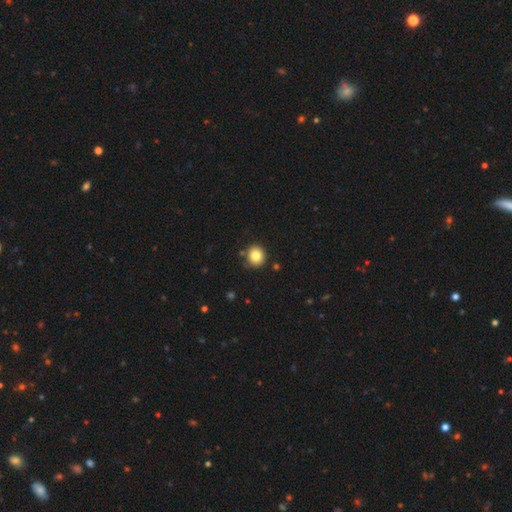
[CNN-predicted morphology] This is clearly a smooth galaxy (82%). How rounded: clearly round (85%). Merging: clearly none (85%).